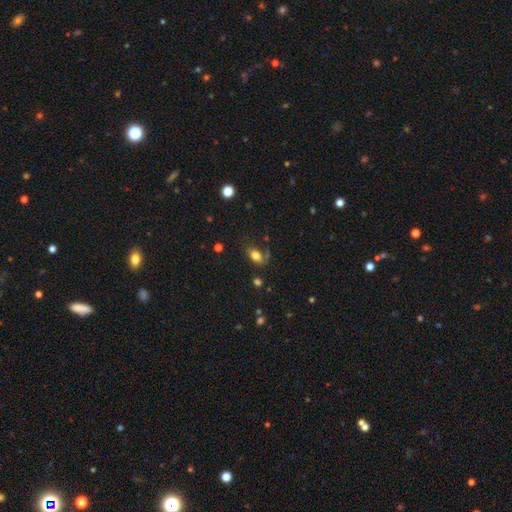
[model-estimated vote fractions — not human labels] Overall: smooth (78%). How rounded: in between (86%). Merging: none (67%).